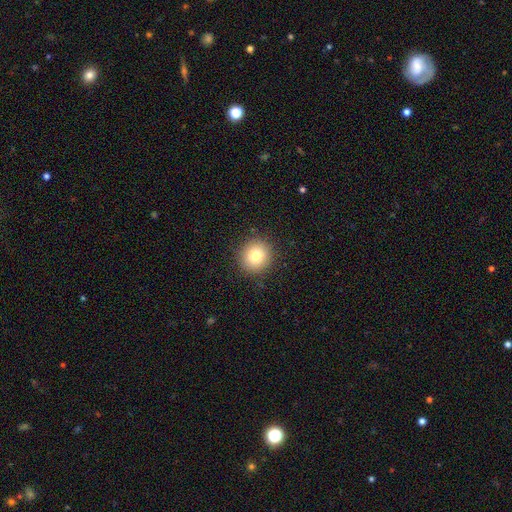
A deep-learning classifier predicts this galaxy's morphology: This appears to be a smooth galaxy with no disk features (80%) that is round (90%). Merging: none (90%).